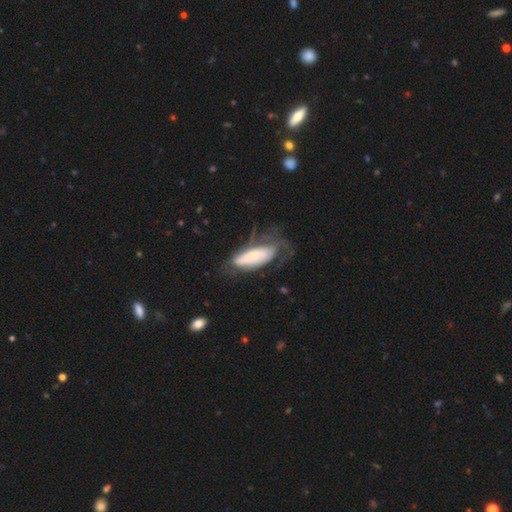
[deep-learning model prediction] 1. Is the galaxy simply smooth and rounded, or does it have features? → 59% featured or disk, 35% smooth, 6% star or artifact.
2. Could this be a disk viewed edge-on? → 86% no, 14% yes.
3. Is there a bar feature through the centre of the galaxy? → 69% no, 20% weak, 11% strong.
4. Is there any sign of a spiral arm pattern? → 72% yes, 28% no.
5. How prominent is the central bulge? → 59% small, 27% moderate, 7% large, 4% none, 3% dominant.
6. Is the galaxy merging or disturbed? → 39% none, 32% major disturbance, 26% minor disturbance, 3% merger.